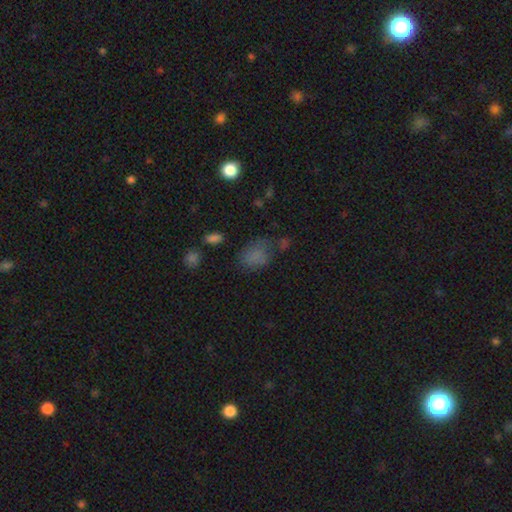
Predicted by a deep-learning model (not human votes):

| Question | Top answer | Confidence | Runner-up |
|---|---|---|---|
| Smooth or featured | smooth | 74% | star or artifact (17%) |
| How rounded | in between | 73% | round (26%) |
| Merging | none | 53% | minor disturbance (25%) |